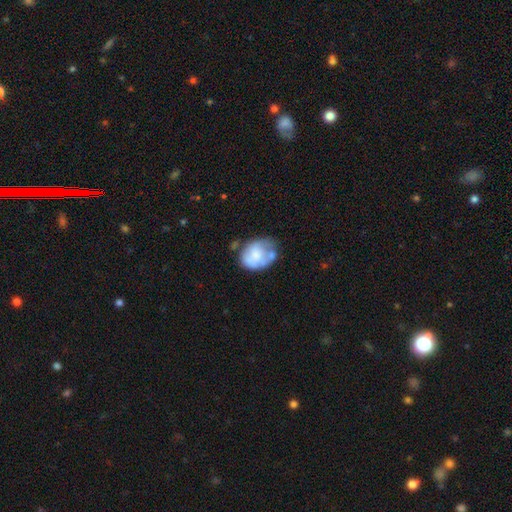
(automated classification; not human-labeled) A smooth galaxy with no disk features (54%) that is in between round and cigar-shaped (58%).

Vote fractions:
- Smooth or featured? smooth: 54% / featured or disk: 38% / star or artifact: 8%
- How rounded? in between: 58% / round: 41% / cigar-shaped: 1%
- Merging? none: 39% / minor disturbance: 31% / major disturbance: 18% / merger: 13%